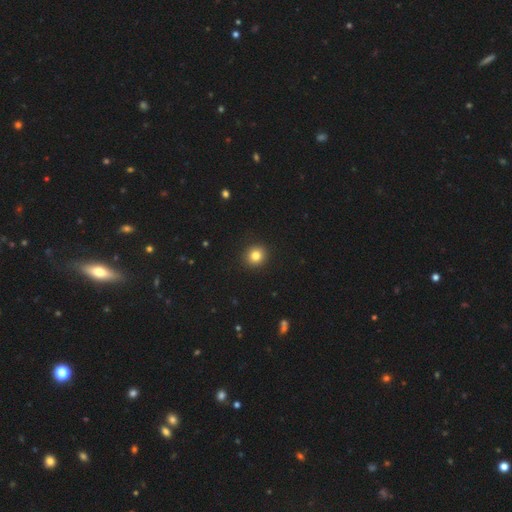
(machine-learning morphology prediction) A smooth galaxy with no disk features (82%) that is round (88%).

Vote fractions:
- Smooth or featured? smooth: 82% / star or artifact: 12% / featured or disk: 6%
- How rounded? round: 88% / in between: 11% / cigar-shaped: 1%
- Merging? none: 93% / minor disturbance: 5% / major disturbance: 2% / merger: 1%